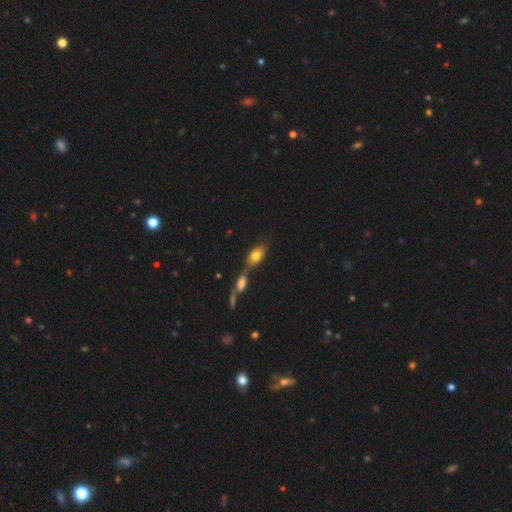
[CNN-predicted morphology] Smooth or featured? smooth (75%)
How rounded? in between (87%)
Merging? none (46%)